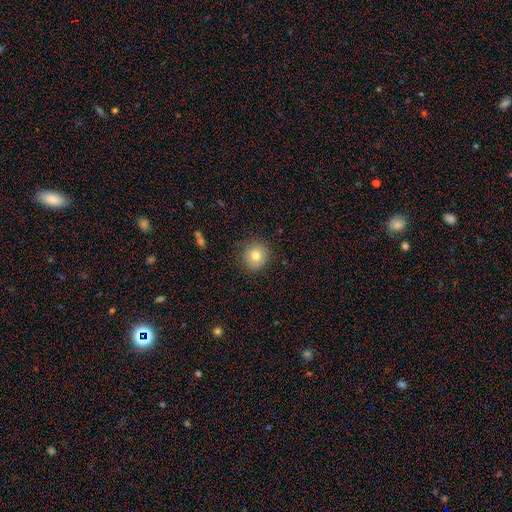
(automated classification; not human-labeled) This is likely a smooth galaxy (77%). How rounded: clearly round (91%). Merging: clearly none (87%).